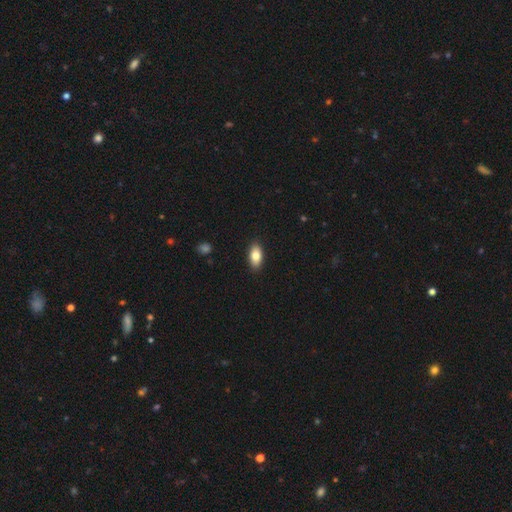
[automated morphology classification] smooth 80%, featured or disk 13%, star or artifact 7%. Down the decision tree: how rounded — in between (90%); merging — none (89%).